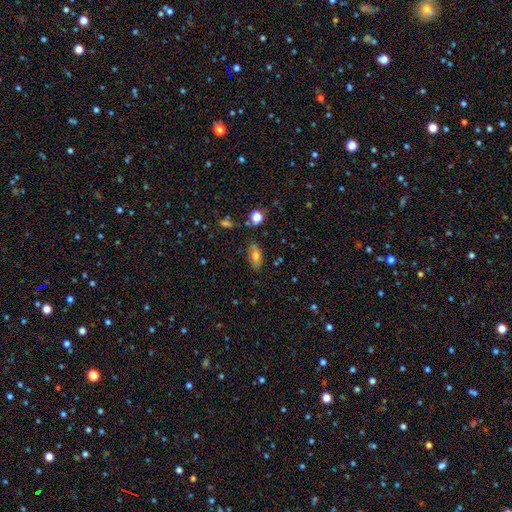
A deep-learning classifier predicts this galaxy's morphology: A smooth galaxy with no disk features (69%) that is in between round and cigar-shaped (82%). Merging: none (76%).